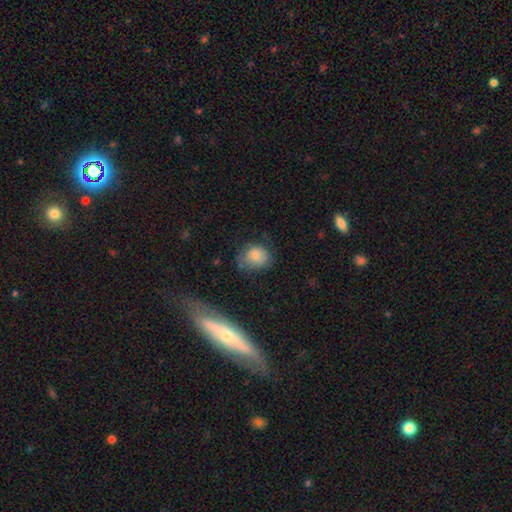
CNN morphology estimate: Smooth or featured? smooth (78%)
How rounded? round (62%)
Merging? none (58%)